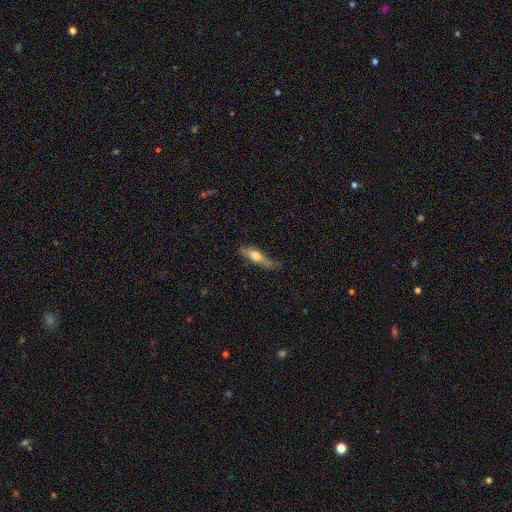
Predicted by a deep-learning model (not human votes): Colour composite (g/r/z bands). It shows a smooth galaxy with no disk features (52%) that is cigar-shaped (67%). Merging: none (56%).